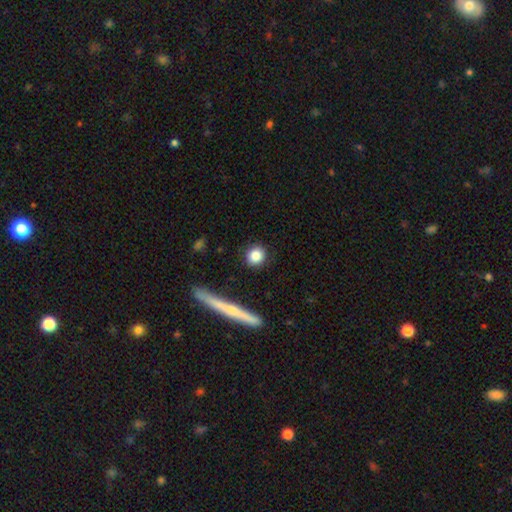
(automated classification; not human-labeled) Smooth or featured? Predicted: smooth (p=0.84). How rounded? Predicted: round (p=0.82). Merging? Predicted: none (p=0.89).